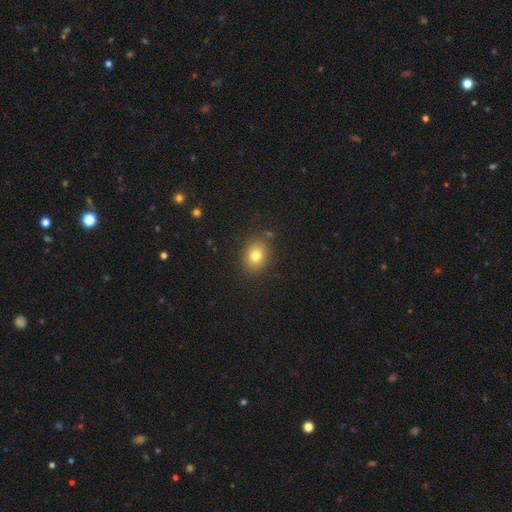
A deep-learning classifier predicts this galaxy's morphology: type=smooth (79%); roundness=round (52%); merging=none (86%).